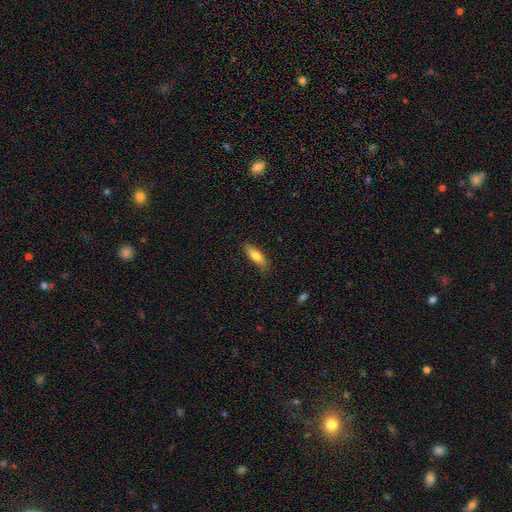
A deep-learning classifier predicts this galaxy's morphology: Q: Smooth or featured?
A: smooth (76%); runner-up: featured or disk (18%)
Q: How rounded?
A: cigar-shaped (54%); runner-up: in between (44%)
Q: Merging?
A: none (82%); runner-up: minor disturbance (14%)